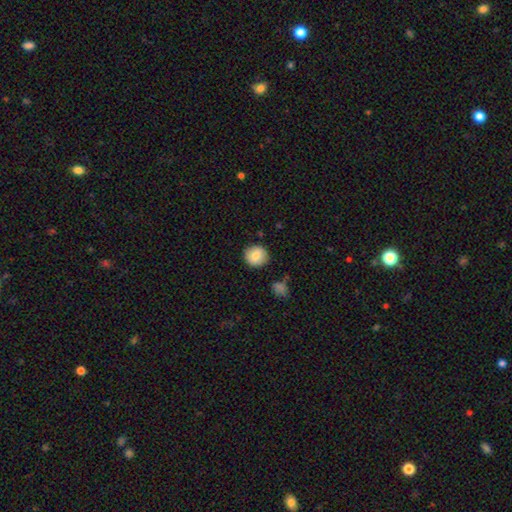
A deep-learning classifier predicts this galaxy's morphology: smooth 82%, featured or disk 10%, star or artifact 8%. Down the decision tree: how rounded — round (90%); merging — none (87%).